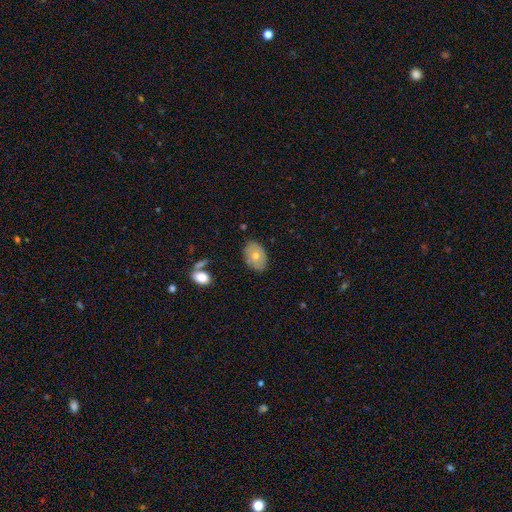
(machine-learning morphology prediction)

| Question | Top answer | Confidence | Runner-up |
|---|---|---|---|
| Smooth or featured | smooth | 65% | featured or disk (27%) |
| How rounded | in between | 84% | round (15%) |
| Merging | none | 80% | minor disturbance (15%) |